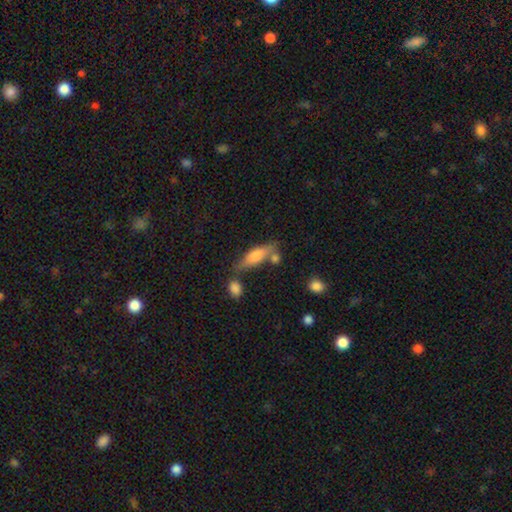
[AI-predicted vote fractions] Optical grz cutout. It shows a smooth galaxy with no disk features (64%) that is cigar-shaped (51%). Merging: none (62%).